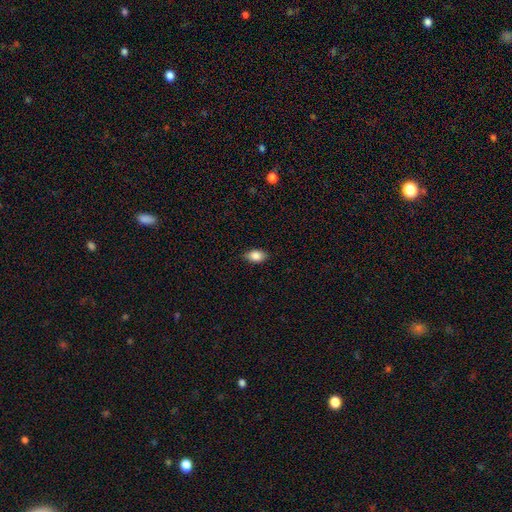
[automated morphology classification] Q: Smooth or featured?
A: smooth (86%); runner-up: star or artifact (8%)
Q: How rounded?
A: in between (88%); runner-up: round (9%)
Q: Merging?
A: none (83%); runner-up: minor disturbance (13%)